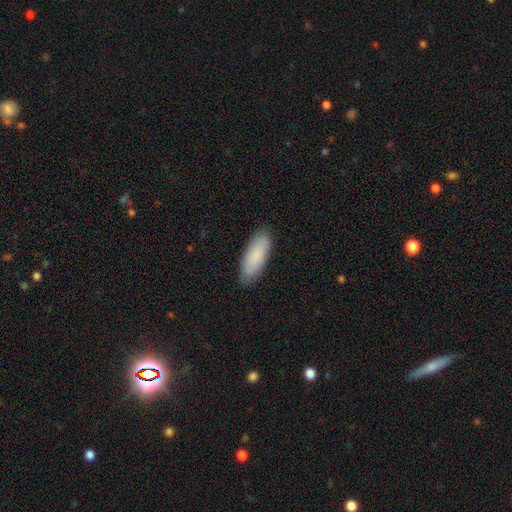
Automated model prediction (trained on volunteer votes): This is clearly a smooth galaxy (86%). How rounded: likely in between (73%). Merging: clearly none (86%).